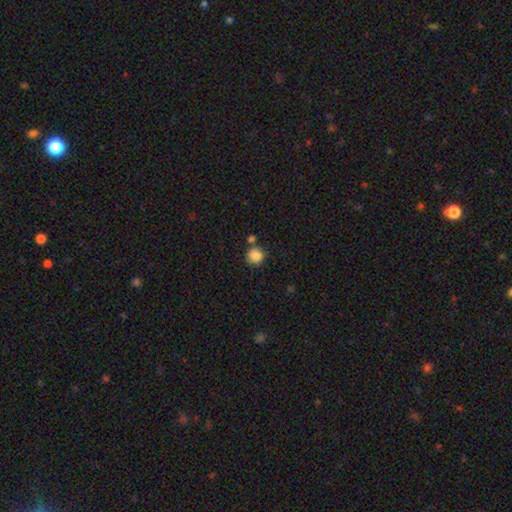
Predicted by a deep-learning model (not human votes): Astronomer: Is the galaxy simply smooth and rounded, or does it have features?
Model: smooth — 86%.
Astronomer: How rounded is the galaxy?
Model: round — 92%.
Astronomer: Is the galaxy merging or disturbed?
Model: none — 75%.